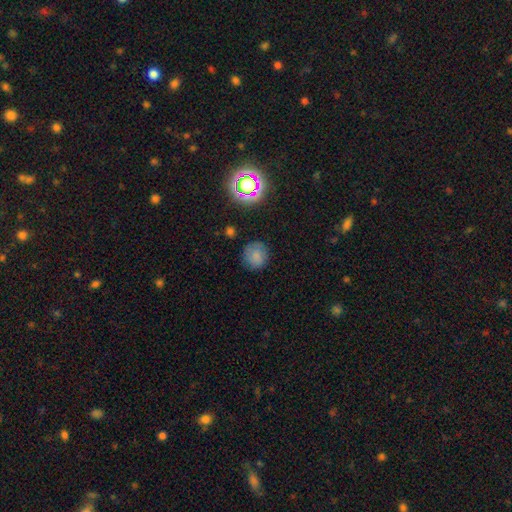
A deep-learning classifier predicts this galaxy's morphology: Smooth or featured? Predicted: smooth (p=0.75). How rounded? Predicted: round (p=0.87). Merging? Predicted: none (p=0.79).